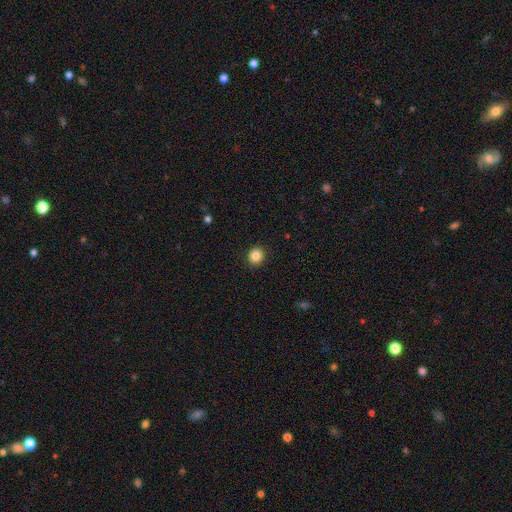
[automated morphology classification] smooth_or_featured: smooth (p=0.85) [alt: star or artifact p=0.10]
how_rounded: round (p=0.87) [alt: in between p=0.12]
merging: none (p=0.92) [alt: minor disturbance p=0.05]